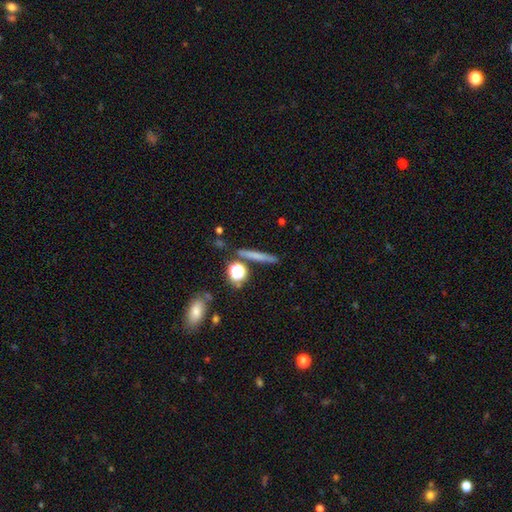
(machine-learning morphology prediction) Q: Smooth or featured?
A: smooth (60%); runner-up: featured or disk (27%)
Q: How rounded?
A: cigar-shaped (83%); runner-up: round (10%)
Q: Merging?
A: none (81%); runner-up: minor disturbance (10%)